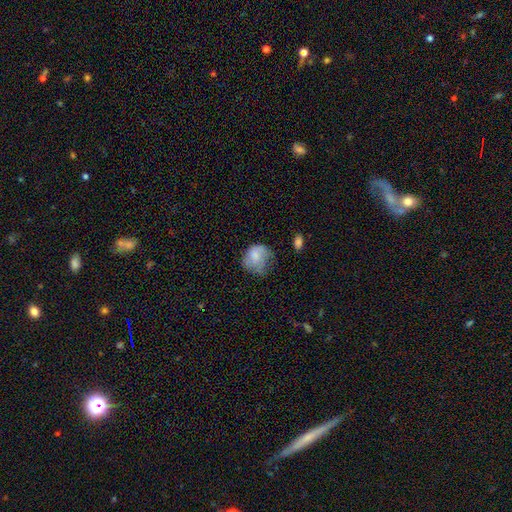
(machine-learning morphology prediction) type=smooth (71%); roundness=round (65%); merging=none (43%).